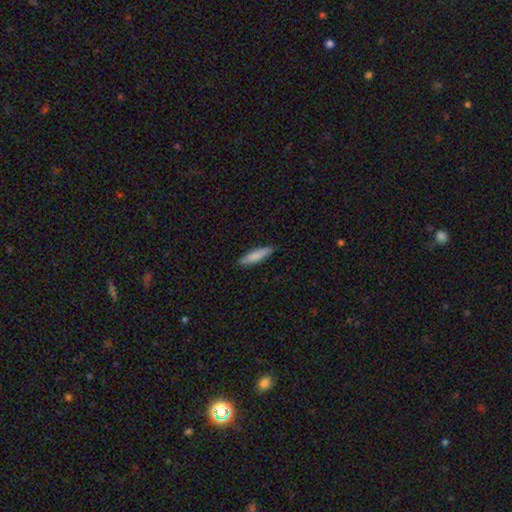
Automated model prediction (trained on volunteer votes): This appears to be a smooth galaxy with no disk features (83%) that is cigar-shaped (79%). Merging: none (89%).